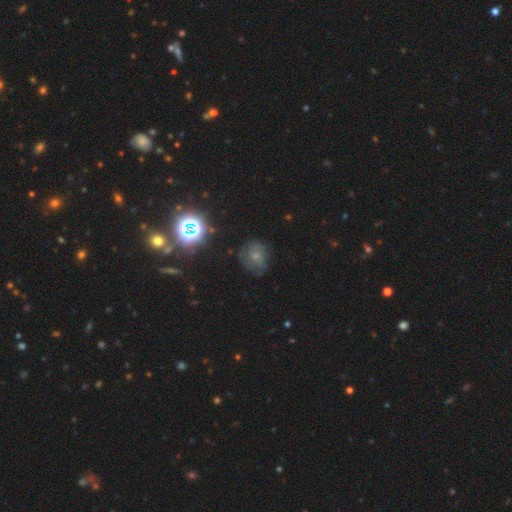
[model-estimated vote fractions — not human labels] A smooth galaxy with no disk features (46%).

Vote fractions:
- Smooth or featured? smooth: 46% / featured or disk: 28% / star or artifact: 25%
- Merging? none: 60% / minor disturbance: 24% / major disturbance: 13% / merger: 2%